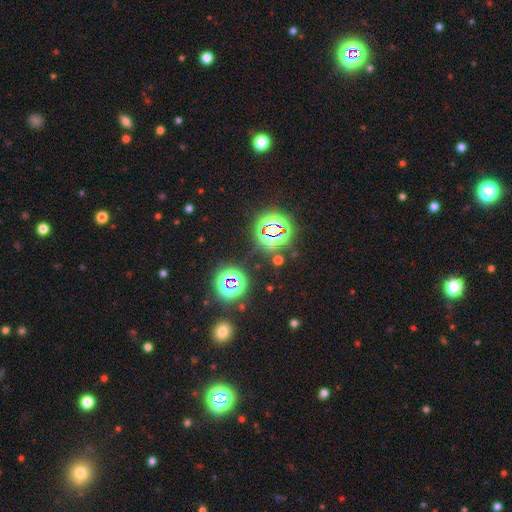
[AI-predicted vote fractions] This appears to be a star or artifact, not a galaxy (81%).